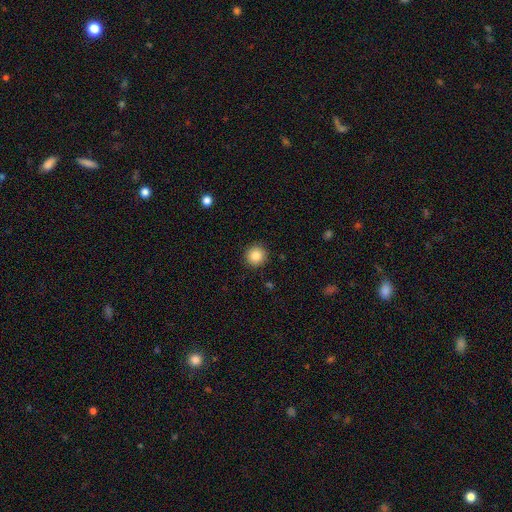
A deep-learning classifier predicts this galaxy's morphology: smooth 85%, star or artifact 10%, featured or disk 5%. Down the decision tree: how rounded — round (94%); merging — none (92%).